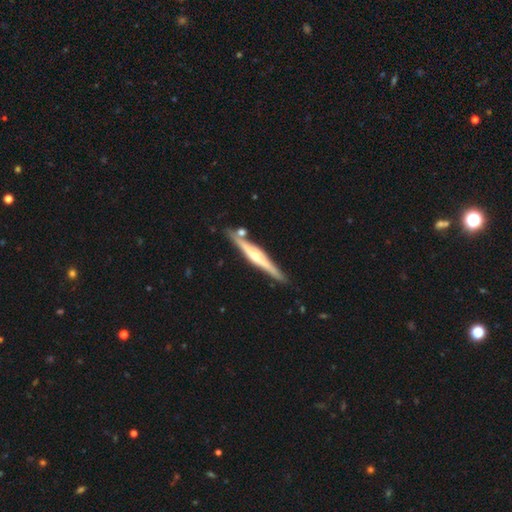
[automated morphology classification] featured or disk 78%, smooth 17%, star or artifact 5%. Down the decision tree: edge-on disk — yes (97%); edge-on bulge — rounded (86%); merging — none (84%).